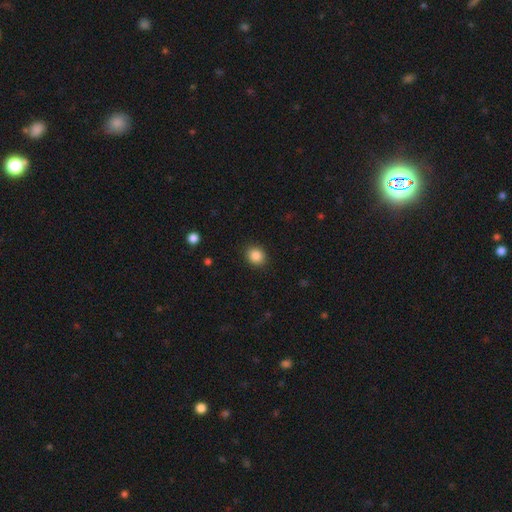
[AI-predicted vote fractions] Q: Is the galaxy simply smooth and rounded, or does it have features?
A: smooth — 87%.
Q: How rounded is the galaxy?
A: round — 67%.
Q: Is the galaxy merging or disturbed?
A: none — 89%.